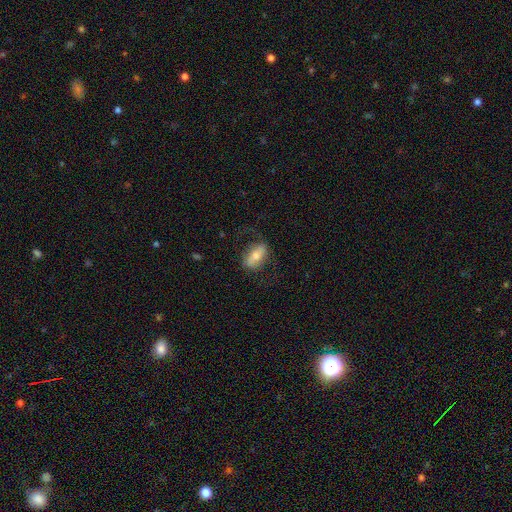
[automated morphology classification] Smooth or featured: smooth — 47% (featured or disk — 46%)
Merging: none — 66% (minor disturbance — 19%)